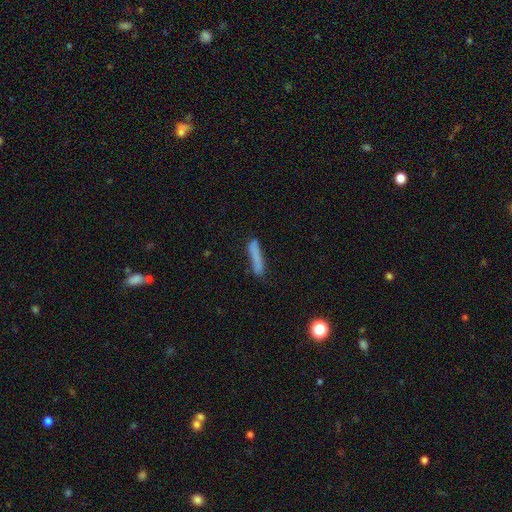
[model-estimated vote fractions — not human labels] smooth-or-featured: smooth: 73% | featured or disk: 18% | star or artifact: 9%
  how-rounded: cigar-shaped: 89% | in between: 10% | round: 2%
  merging: none: 69% | minor disturbance: 20% | major disturbance: 6% | merger: 5%